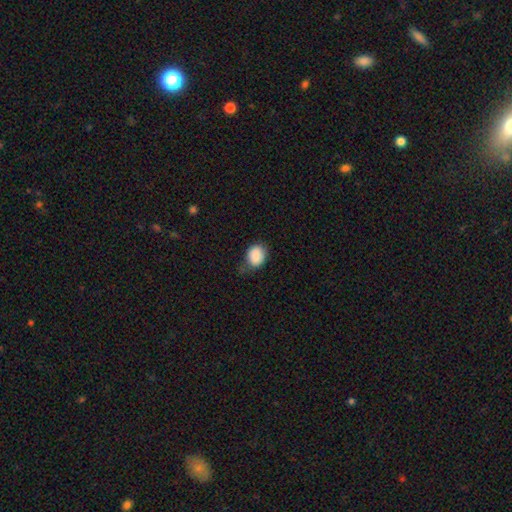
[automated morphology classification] Smooth or featured: smooth — 86% (star or artifact — 8%)
How rounded: in between — 53% (round — 46%)
Merging: none — 59% (minor disturbance — 32%)